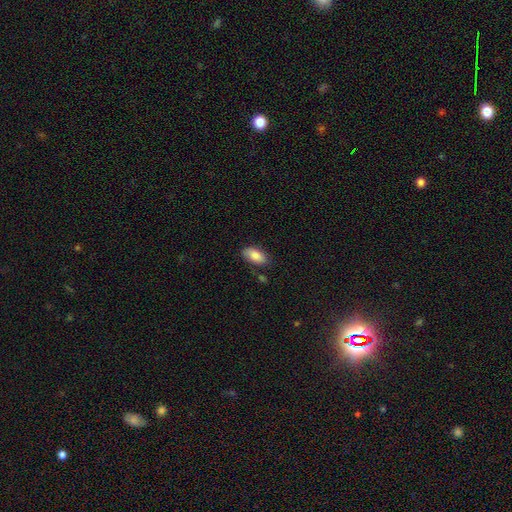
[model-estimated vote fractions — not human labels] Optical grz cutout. It shows a smooth galaxy with no disk features (85%) that is in between round and cigar-shaped (93%). Merging: none (75%).